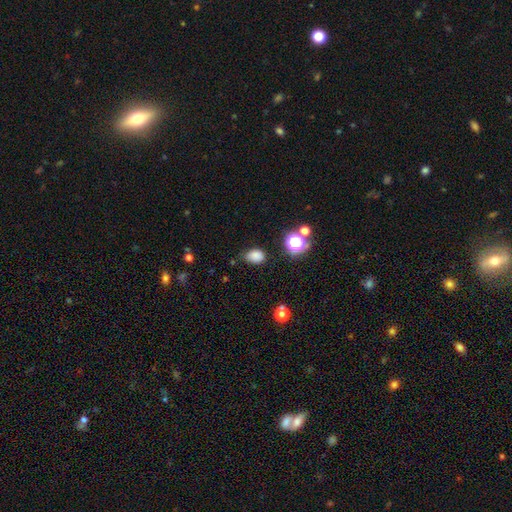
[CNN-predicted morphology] Overall: smooth (80%). How rounded: in between (74%). Merging: none (73%).